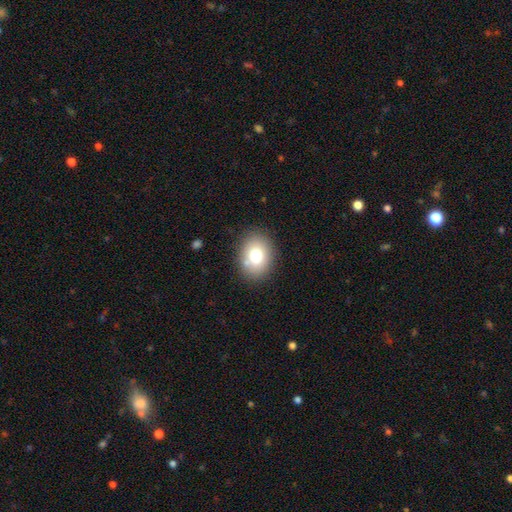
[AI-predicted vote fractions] Smooth or featured? smooth (78%)
How rounded? in between (64%)
Merging? none (83%)